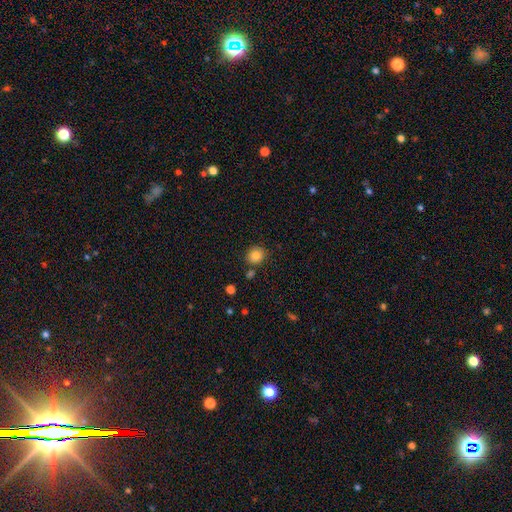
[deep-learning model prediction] This is clearly a smooth galaxy (85%). How rounded: clearly round (81%). Merging: clearly none (81%).